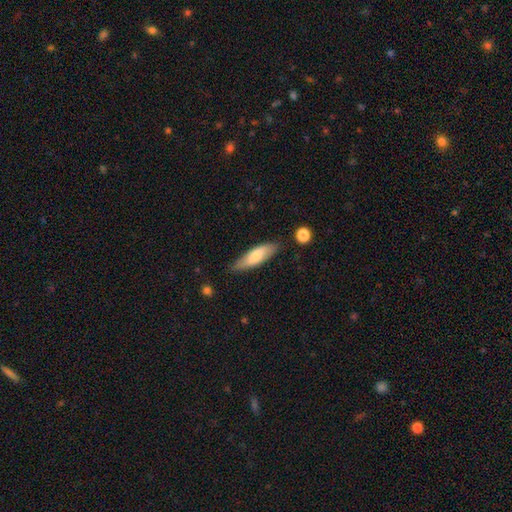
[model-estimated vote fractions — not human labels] This is likely a smooth galaxy (70%). How rounded: possibly in between (50%). Merging: likely none (76%).